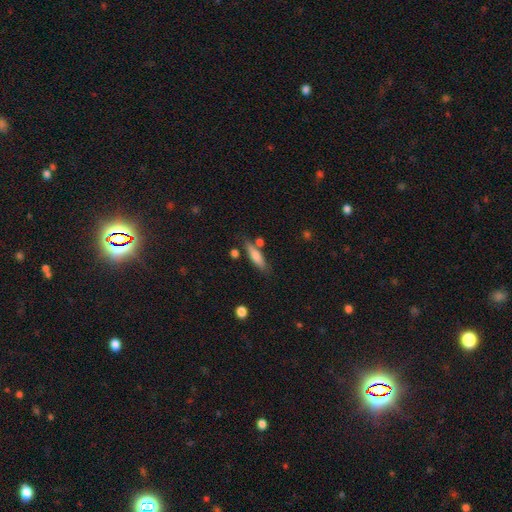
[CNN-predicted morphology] smooth-or-featured: smooth: 72% | featured or disk: 21% | star or artifact: 7%
  how-rounded: cigar-shaped: 71% | in between: 27% | round: 2%
  merging: none: 73% | minor disturbance: 15% | merger: 9% | major disturbance: 4%